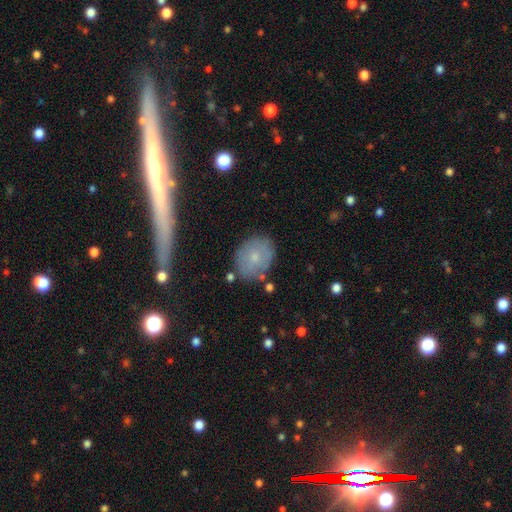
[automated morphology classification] A smooth galaxy with no disk features (67%) that is round (55%). Merging: none (76%).